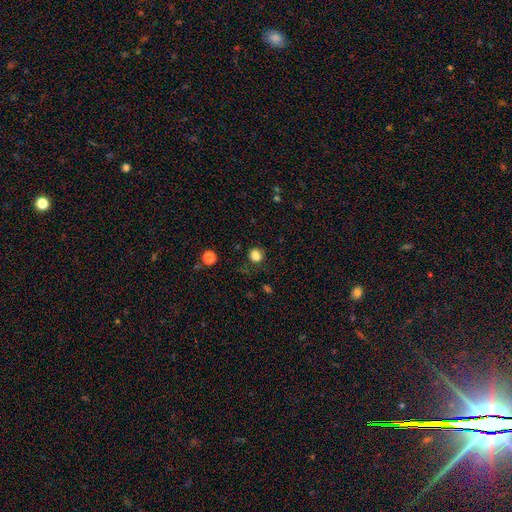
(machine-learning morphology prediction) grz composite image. It shows a smooth galaxy with no disk features (81%) that is round (72%). Merging: none (74%).